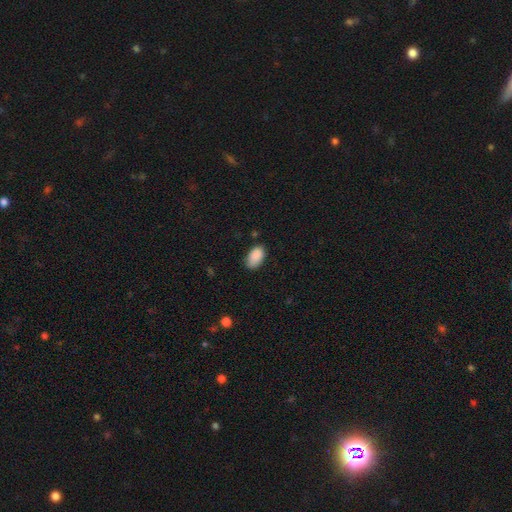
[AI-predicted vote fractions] smooth_or_featured: smooth (p=0.88) [alt: star or artifact p=0.07]
how_rounded: in between (p=0.94) [alt: round p=0.05]
merging: none (p=0.72) [alt: minor disturbance p=0.23]